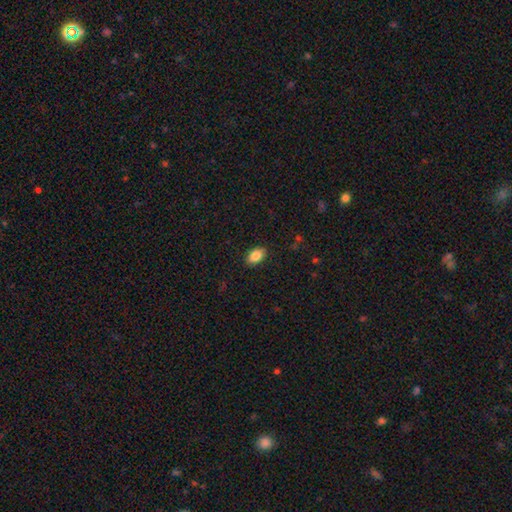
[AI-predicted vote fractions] A smooth galaxy with no disk features (85%) that is in between round and cigar-shaped (91%). Merging: none (89%).